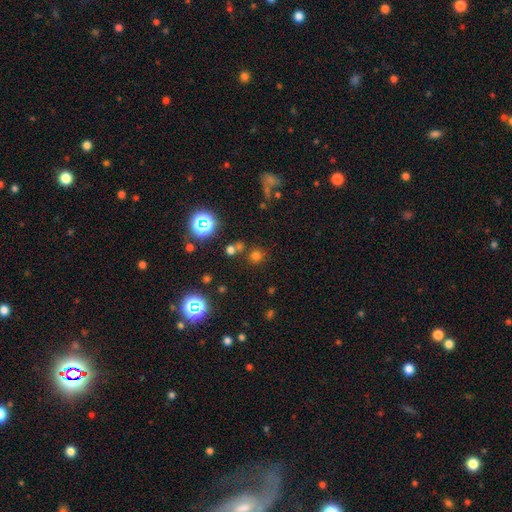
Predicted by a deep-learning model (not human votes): Overall: smooth (63%; star or artifact 30%). How rounded: round (92%). Merging: none (74%).